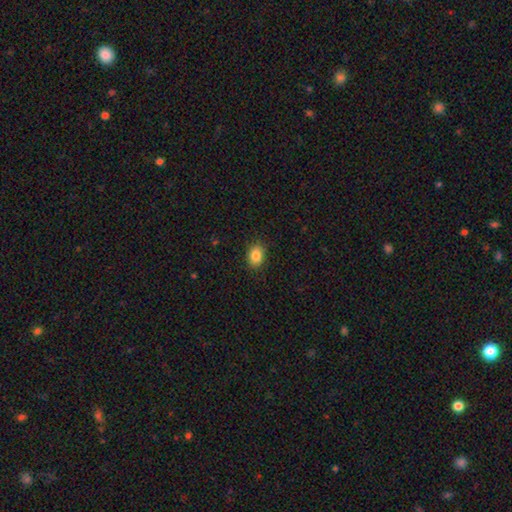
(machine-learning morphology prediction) This is clearly a smooth galaxy (85%). How rounded: likely in between (74%). Merging: clearly none (88%).